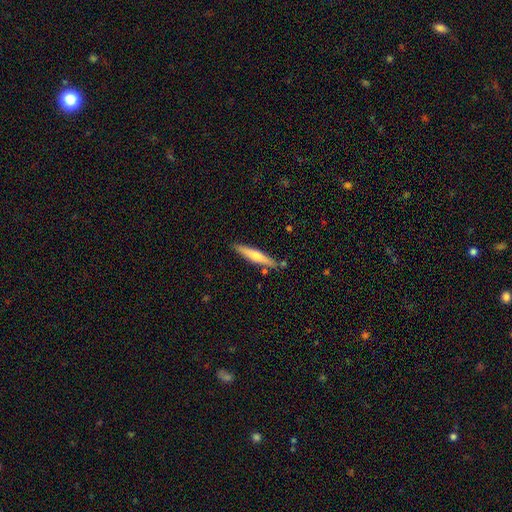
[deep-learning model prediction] smooth_or_featured: smooth (p=0.51) [alt: featured or disk p=0.44]
how_rounded: cigar-shaped (p=0.91) [alt: in between p=0.08]
merging: none (p=0.84) [alt: minor disturbance p=0.11]